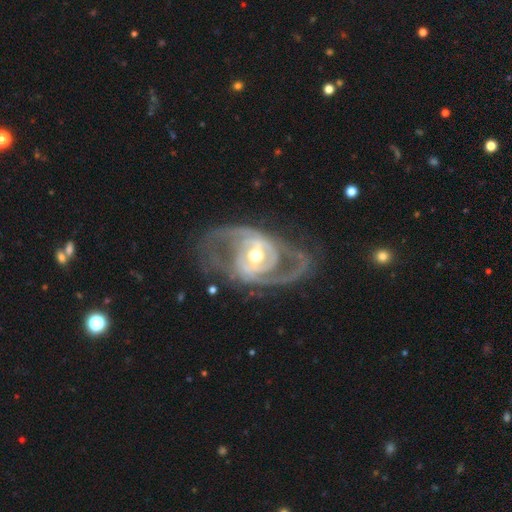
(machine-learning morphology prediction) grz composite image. It shows a featured or disk galaxy (89%) with a weak bar (38%), 2 (75%) medium (46%) spiral arms (88%) and a moderate central bulge (72%). Merging: none (65%).